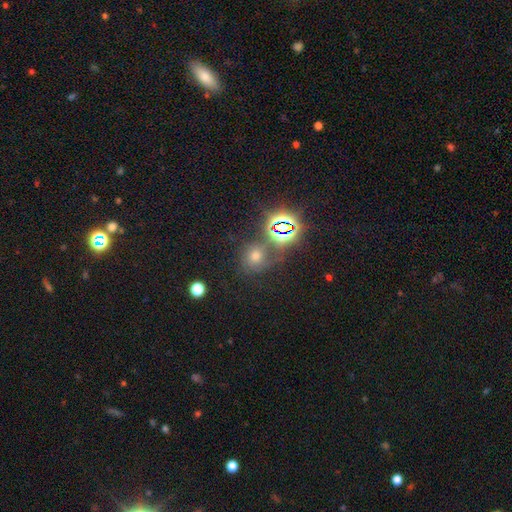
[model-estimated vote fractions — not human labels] The model was most divided on "smooth or featured": star or artifact: 46%, smooth: 40%, featured or disk: 15%.